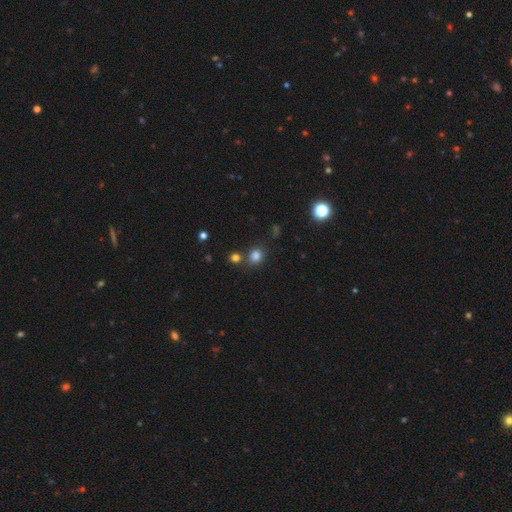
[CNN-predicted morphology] type=smooth (80%); roundness=round (80%); merging=none (73%).